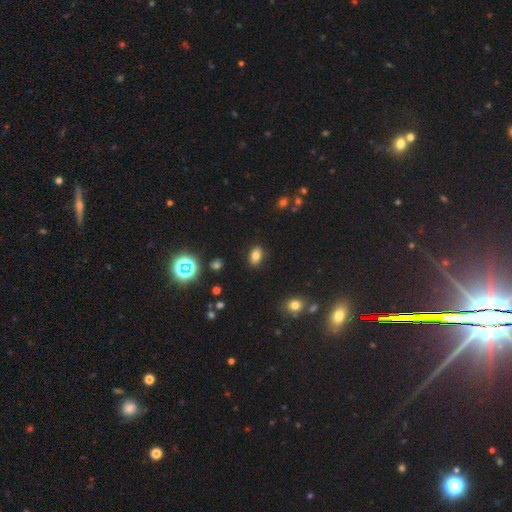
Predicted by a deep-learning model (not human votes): Smooth or featured?
  - smooth: 76% *
  - star or artifact: 15%
  - featured or disk: 9%
How rounded?
  - in between: 82% *
  - round: 17%
  - cigar-shaped: 2%
Merging?
  - none: 88% *
  - minor disturbance: 8%
  - major disturbance: 2%
  - merger: 2%